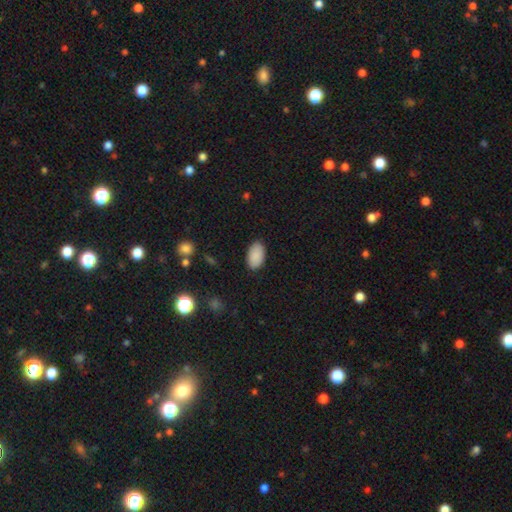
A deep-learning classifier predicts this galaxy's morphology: Overall: smooth (89%). How rounded: in between (94%). Merging: none (87%).